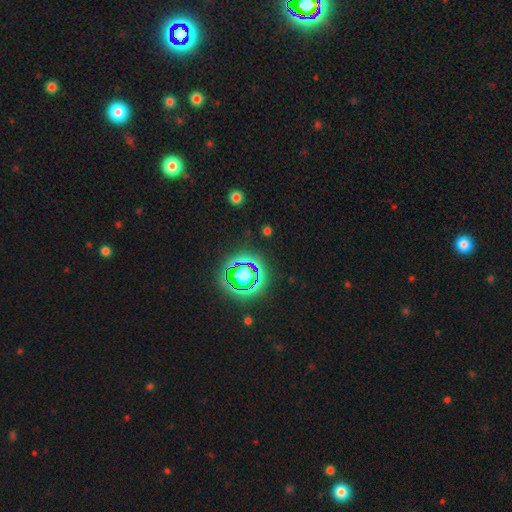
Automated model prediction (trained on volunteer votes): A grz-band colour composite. It shows a star or artifact, not a galaxy (79%).